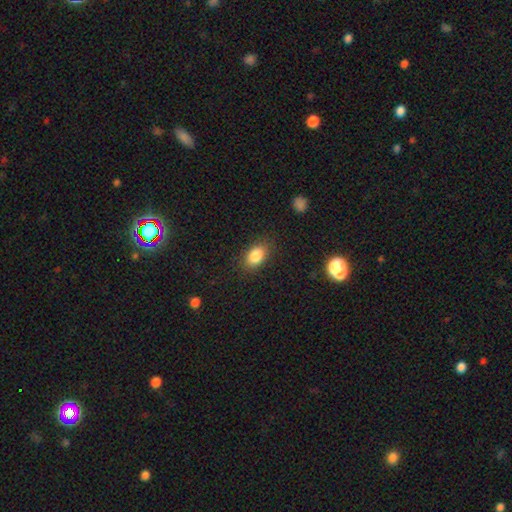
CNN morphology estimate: type=smooth (85%); roundness=in between (85%); merging=none (84%).